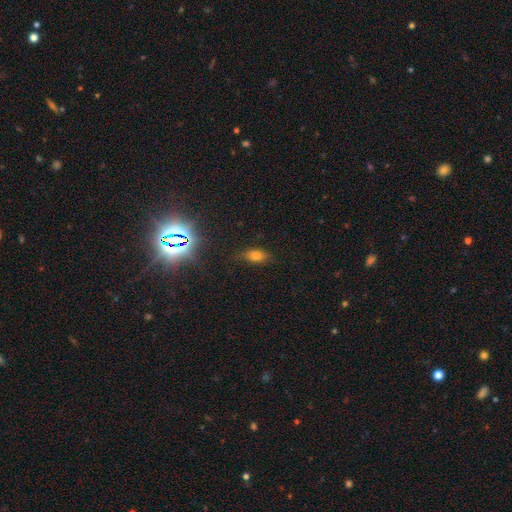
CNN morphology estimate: smooth-or-featured: smooth: 70% | star or artifact: 19% | featured or disk: 11%
  how-rounded: in between: 83% | cigar-shaped: 10% | round: 6%
  merging: none: 78% | minor disturbance: 16% | major disturbance: 4% | merger: 2%